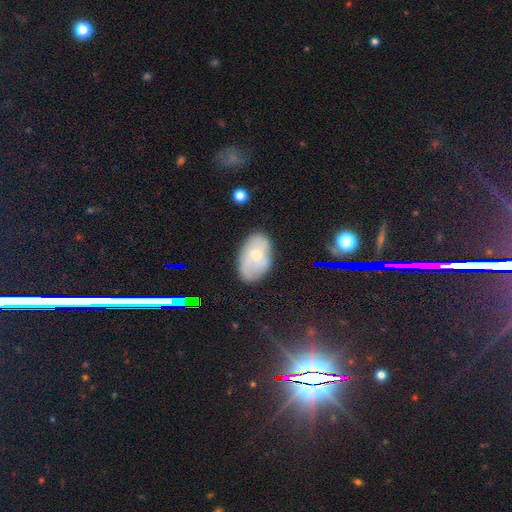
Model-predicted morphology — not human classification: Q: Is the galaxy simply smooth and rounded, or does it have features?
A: smooth — 47%.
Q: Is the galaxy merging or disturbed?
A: none — 74%.